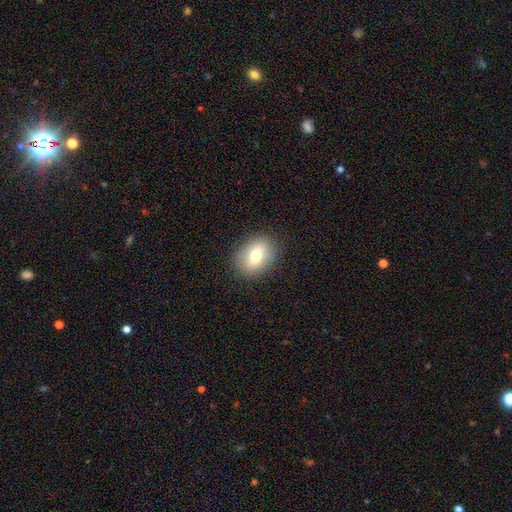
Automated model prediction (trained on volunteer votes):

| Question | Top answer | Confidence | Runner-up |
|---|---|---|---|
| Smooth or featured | smooth | 71% | featured or disk (20%) |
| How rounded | in between | 62% | round (37%) |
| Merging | none | 88% | minor disturbance (9%) |